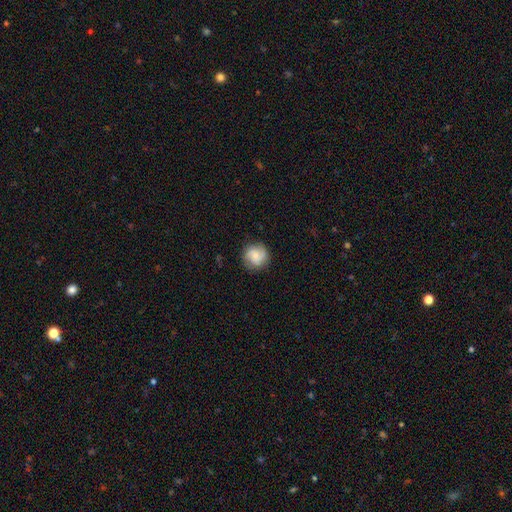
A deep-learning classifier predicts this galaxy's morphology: smooth_or_featured: featured or disk (p=0.47) [alt: smooth p=0.45]
merging: none (p=0.83) [alt: minor disturbance p=0.12]